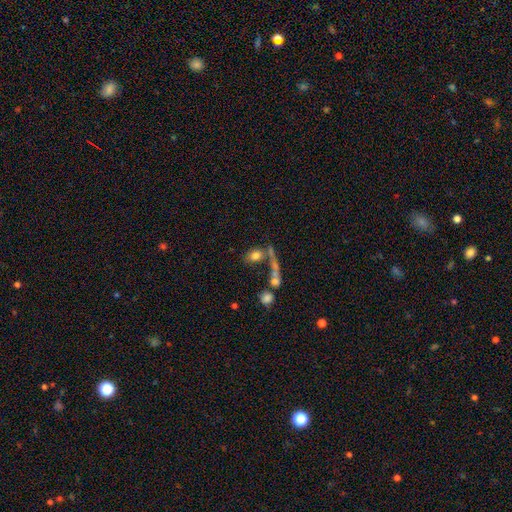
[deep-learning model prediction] smooth 72%, featured or disk 16%, star or artifact 12%. Down the decision tree: how rounded — in between (63%); merging — none (41%).